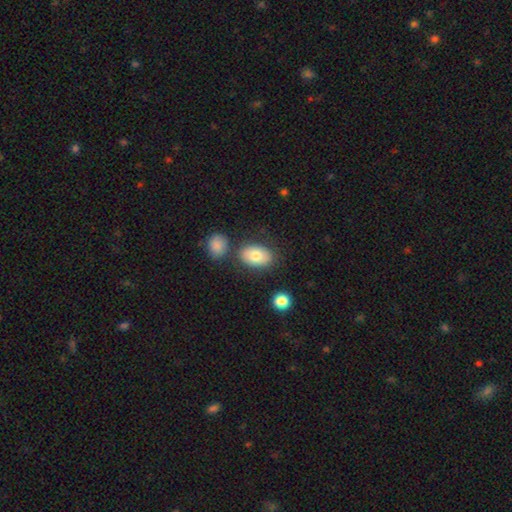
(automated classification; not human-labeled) Smooth or featured? smooth (79%)
How rounded? in between (86%)
Merging? none (74%)